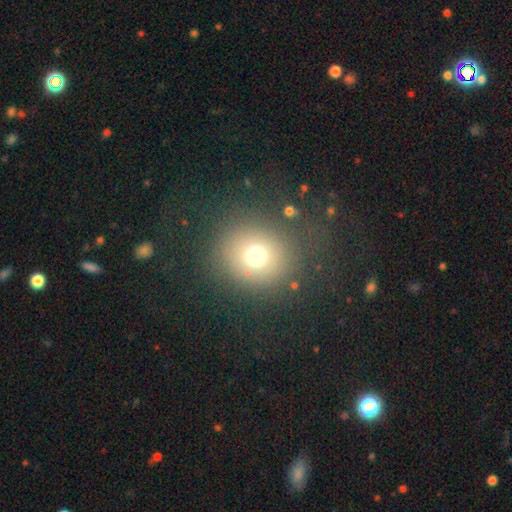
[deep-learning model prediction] Q: Smooth or featured?
A: smooth (70%); runner-up: star or artifact (19%)
Q: How rounded?
A: round (84%); runner-up: in between (15%)
Q: Merging?
A: none (79%); runner-up: minor disturbance (10%)